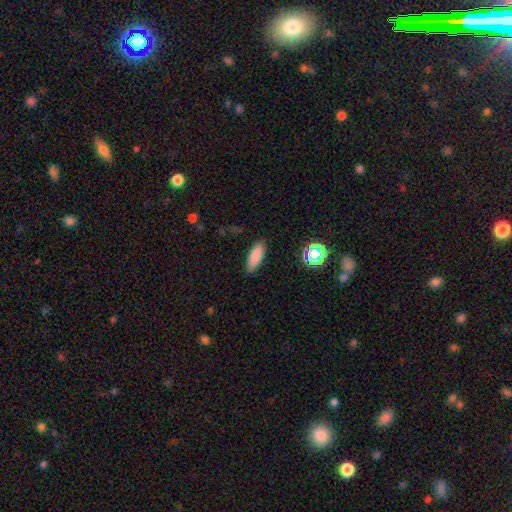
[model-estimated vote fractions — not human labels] Smooth or featured? Predicted: smooth (p=0.83). How rounded? Predicted: in between (p=0.67). Merging? Predicted: none (p=0.87).